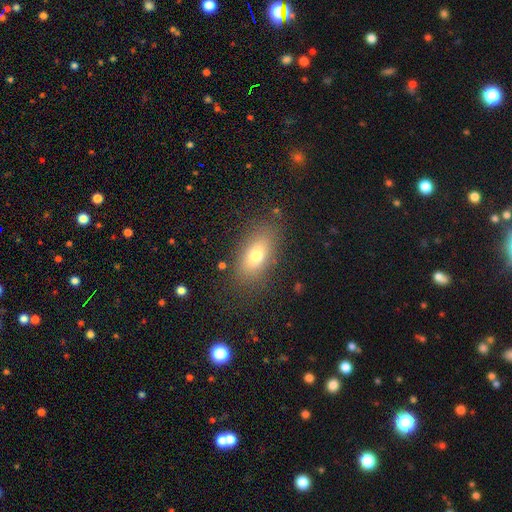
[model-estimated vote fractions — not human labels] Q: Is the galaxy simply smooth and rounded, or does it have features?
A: smooth — 73%.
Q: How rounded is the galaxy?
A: in between — 84%.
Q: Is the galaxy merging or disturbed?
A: none — 82%.